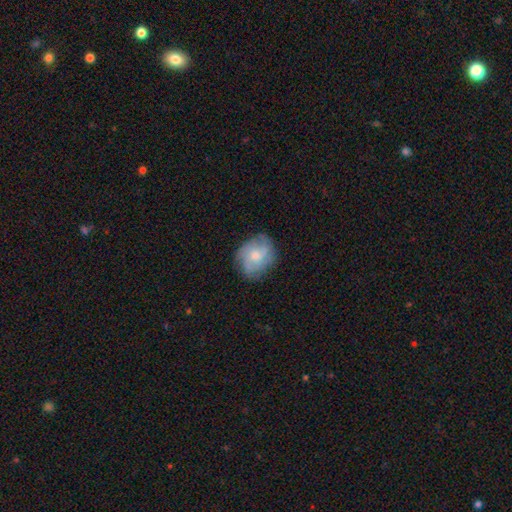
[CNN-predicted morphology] A featured or disk galaxy (62%) with no bar (75%), 3 (33%) medium (45%) spiral arms (88%) and a moderate central bulge (48%).

Vote fractions:
- Smooth or featured? featured or disk: 62% / smooth: 31% / star or artifact: 7%
- Edge-on disk? no: 97% / yes: 3%
- Bar? no: 75% / weak: 22% / strong: 3%
- Spiral arms? yes: 88% / no: 12%
- Spiral winding? medium: 45% / tight: 35% / loose: 21%
- Spiral arm count? 3: 33% / can't tell: 26% / 2: 16% / 4: 15% / more than 4: 5% / 1: 5%
- Bulge size? moderate: 48% / small: 45% / none: 3% / large: 3% / dominant: 1%
- Merging? none: 73% / minor disturbance: 19% / major disturbance: 7% / merger: 1%